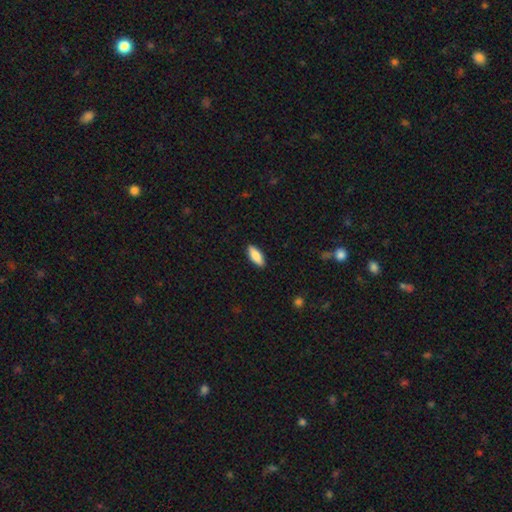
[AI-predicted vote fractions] A smooth galaxy with no disk features (82%) that is in between round and cigar-shaped (74%).

Vote fractions:
- Smooth or featured? smooth: 82% / featured or disk: 12% / star or artifact: 6%
- How rounded? in between: 74% / cigar-shaped: 24% / round: 2%
- Merging? none: 90% / minor disturbance: 8% / major disturbance: 2% / merger: 1%